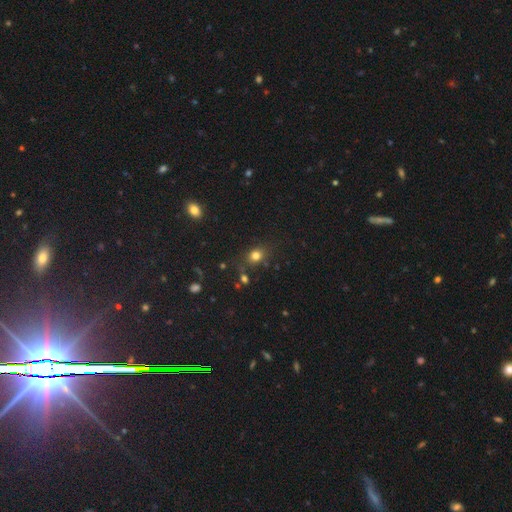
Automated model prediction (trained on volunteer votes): The model was most divided on "how rounded": round: 59%, in between: 40%, cigar-shaped: 1%. More confident: merging — none (78%); smooth or featured — smooth (77%).